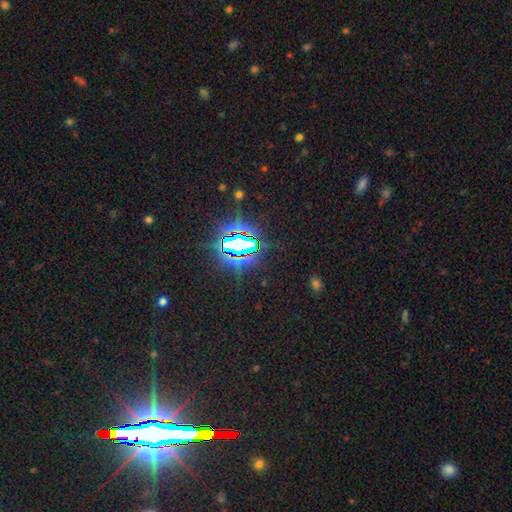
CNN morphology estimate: Overall: star or artifact (83%).